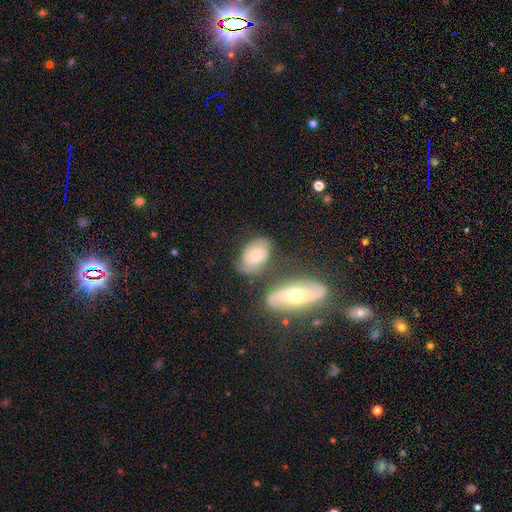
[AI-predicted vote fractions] A featured or disk galaxy (52%).

Vote fractions:
- Smooth or featured? featured or disk: 52% / smooth: 41% / star or artifact: 7%
- Edge-on disk? no: 92% / yes: 8%
- Merging? none: 50% / merger: 21% / minor disturbance: 21% / major disturbance: 9%